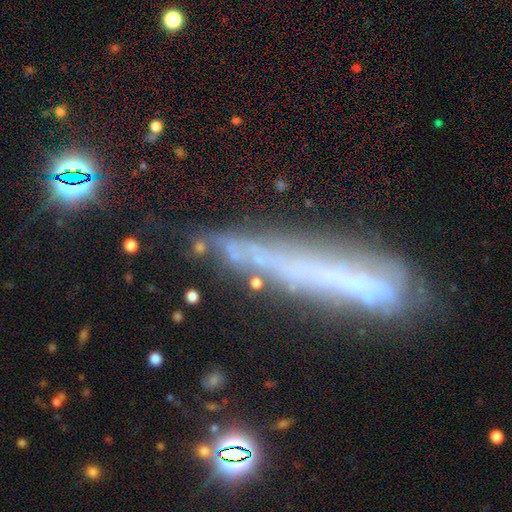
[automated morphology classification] smooth-or-featured: featured or disk: 52% | smooth: 32% | star or artifact: 17%
  disk-edge-on: yes: 78% | no: 22%
  merging: none: 66% | minor disturbance: 19% | major disturbance: 9% | merger: 6%